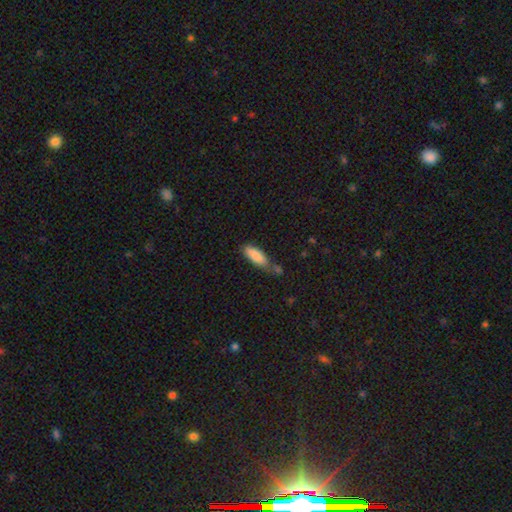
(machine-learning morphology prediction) Smooth or featured? smooth (86%)
How rounded? in between (60%)
Merging? none (49%)